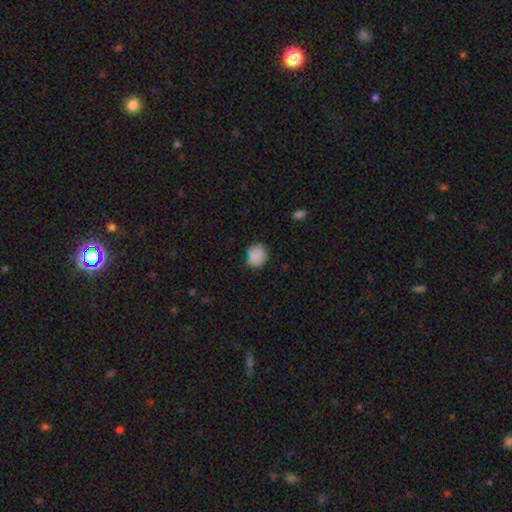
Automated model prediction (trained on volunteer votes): smooth-or-featured: smooth: 84% | star or artifact: 10% | featured or disk: 6%
  how-rounded: round: 78% | in between: 21% | cigar-shaped: 1%
  merging: none: 66% | minor disturbance: 24% | major disturbance: 5% | merger: 5%